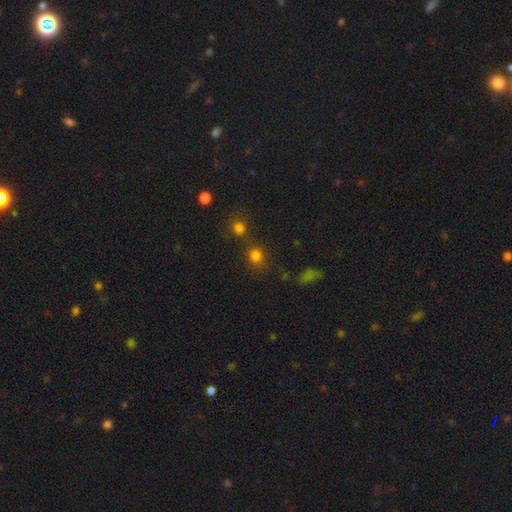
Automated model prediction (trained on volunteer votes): This appears to be a smooth galaxy with no disk features (76%) that is round (84%). Merging: none (64%).